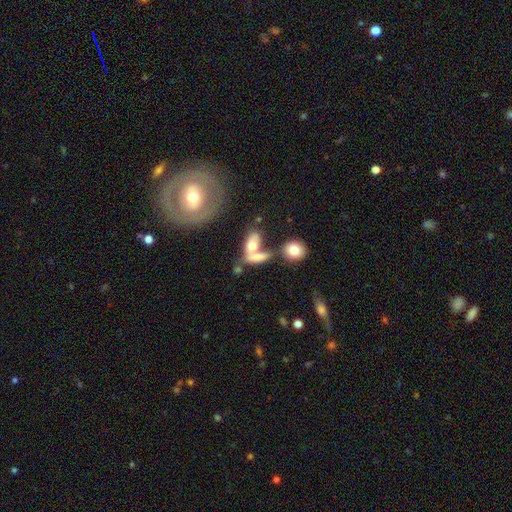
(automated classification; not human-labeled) smooth 66%, featured or disk 25%, star or artifact 9%. Down the decision tree: how rounded — in between (74%); merging — merger (53%).